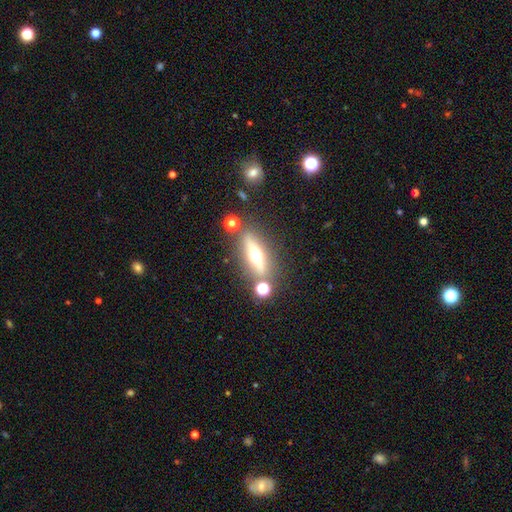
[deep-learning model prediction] Smooth or featured?
  - featured or disk: 59% *
  - smooth: 30%
  - star or artifact: 10%
Edge-on disk?
  - yes: 85% *
  - no: 15%
Edge-on bulge?
  - rounded: 95% *
  - boxy: 3%
  - none: 2%
Merging?
  - none: 80% *
  - minor disturbance: 10%
  - merger: 6%
  - major disturbance: 4%